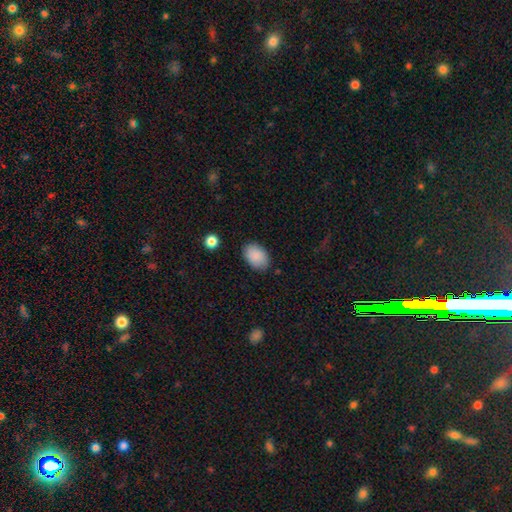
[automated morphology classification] Smooth or featured?
  - smooth: 89% *
  - star or artifact: 7%
  - featured or disk: 5%
How rounded?
  - in between: 87% *
  - round: 12%
  - cigar-shaped: 1%
Merging?
  - none: 84% *
  - minor disturbance: 12%
  - major disturbance: 3%
  - merger: 1%